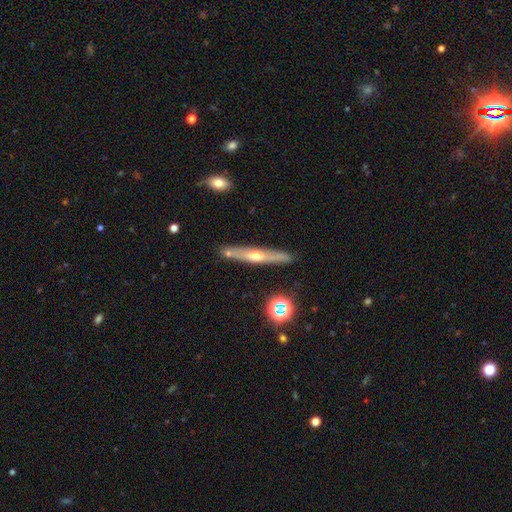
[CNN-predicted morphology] The model was most divided on "smooth or featured": featured or disk: 66%, smooth: 27%, star or artifact: 8%. More confident: edge-on disk — yes (93%); edge-on bulge — rounded (85%); merging — none (84%).